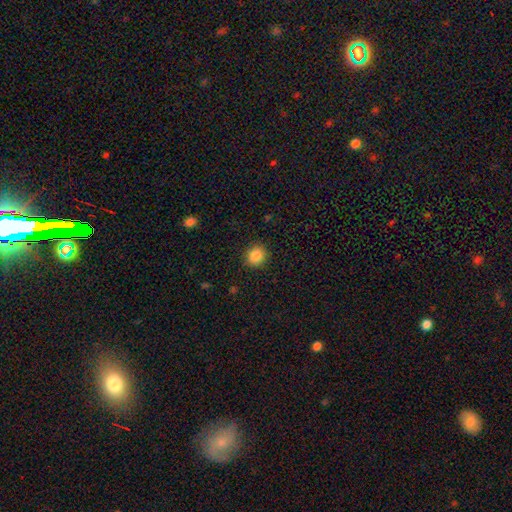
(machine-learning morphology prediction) A smooth galaxy with no disk features (86%) that is round (86%). Merging: none (90%).